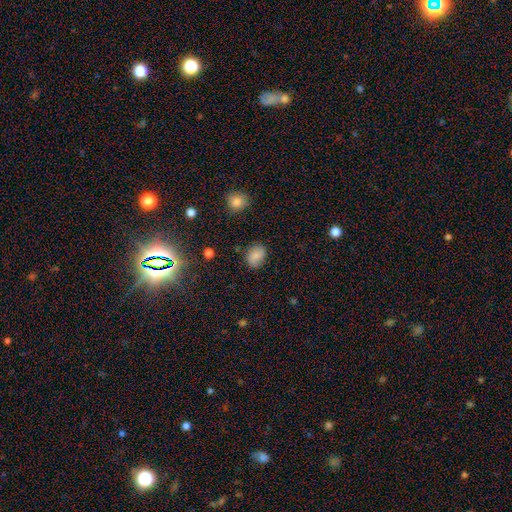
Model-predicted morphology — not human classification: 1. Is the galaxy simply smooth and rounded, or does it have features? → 76% smooth, 15% featured or disk, 10% star or artifact.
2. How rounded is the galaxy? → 62% in between, 37% round, 1% cigar-shaped.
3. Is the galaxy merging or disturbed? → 81% none, 14% minor disturbance, 3% major disturbance, 2% merger.